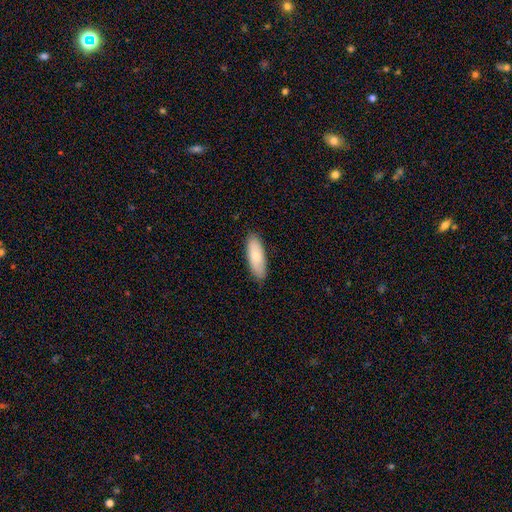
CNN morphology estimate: Smooth or featured?
  - smooth: 77% *
  - featured or disk: 18%
  - star or artifact: 5%
How rounded?
  - in between: 61% *
  - cigar-shaped: 37%
  - round: 2%
Merging?
  - none: 84% *
  - minor disturbance: 13%
  - major disturbance: 2%
  - merger: 1%